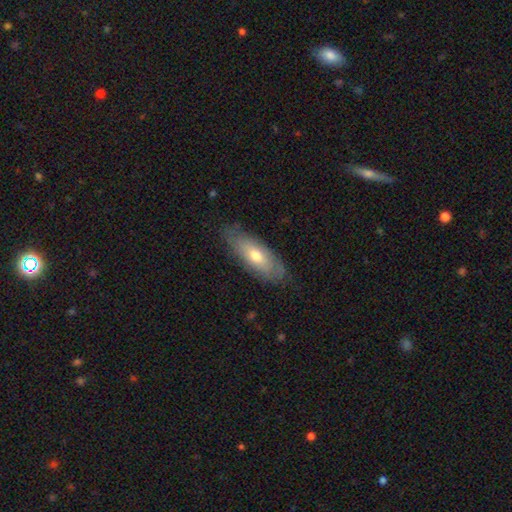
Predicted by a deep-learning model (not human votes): Smooth or featured: smooth — 60% (featured or disk — 34%)
How rounded: in between — 71% (cigar-shaped — 27%)
Merging: none — 75% (minor disturbance — 19%)